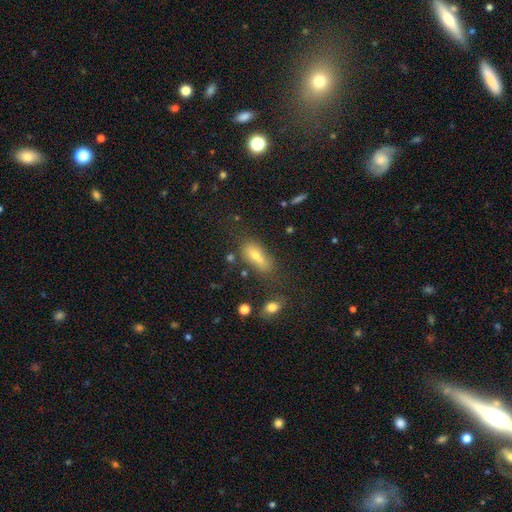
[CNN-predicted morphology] The model was most divided on "merging": none: 61%, minor disturbance: 20%, merger: 10%, major disturbance: 9%. More confident: how rounded — in between (71%); smooth or featured — smooth (65%).